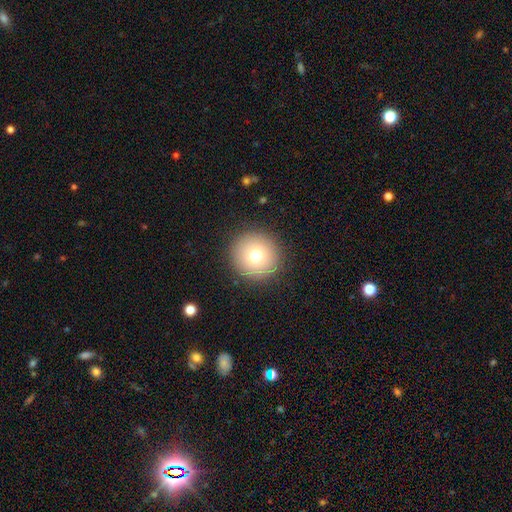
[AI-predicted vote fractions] Smooth or featured? Predicted: smooth (p=0.72). How rounded? Predicted: round (p=0.95). Merging? Predicted: none (p=0.90).